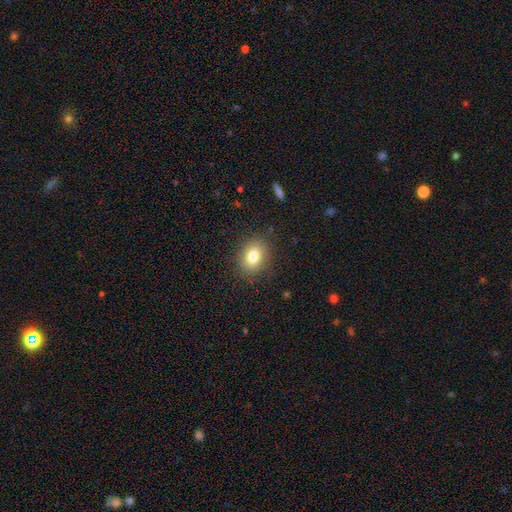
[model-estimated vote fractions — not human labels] This appears to be a smooth galaxy with no disk features (74%) that is round (64%). Merging: none (91%).